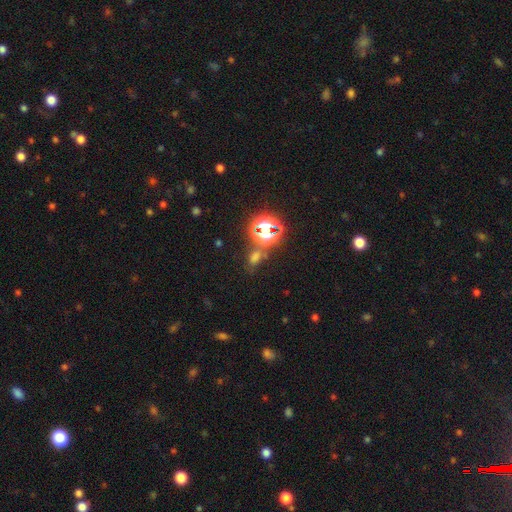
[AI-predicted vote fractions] star or artifact 61%, smooth 31%, featured or disk 8%.